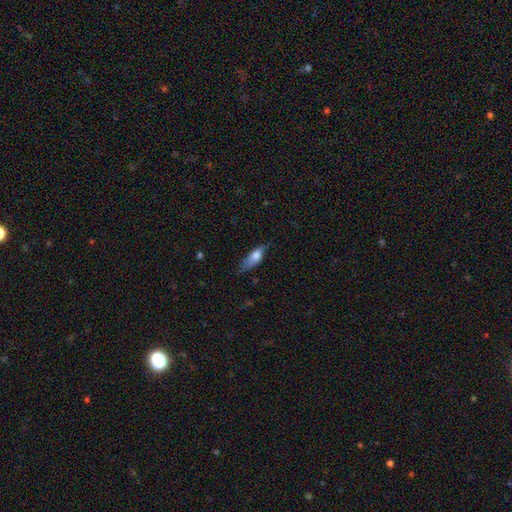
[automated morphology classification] smooth_or_featured: smooth (p=0.71) [alt: featured or disk p=0.23]
how_rounded: in between (p=0.66) [alt: cigar-shaped p=0.31]
merging: none (p=0.55) [alt: minor disturbance p=0.34]